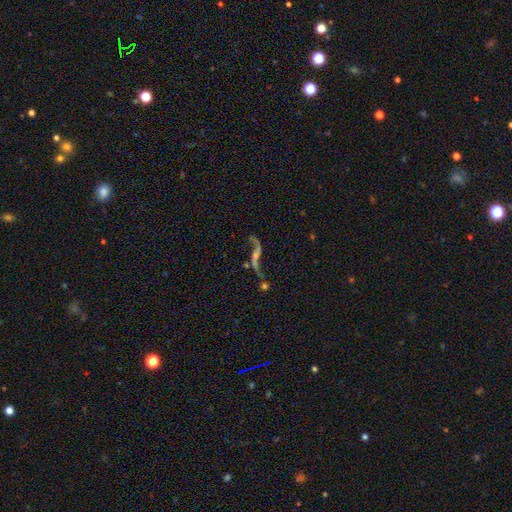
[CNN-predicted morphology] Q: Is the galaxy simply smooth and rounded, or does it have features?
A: featured or disk — 78%.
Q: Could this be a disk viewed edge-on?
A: no — 83%.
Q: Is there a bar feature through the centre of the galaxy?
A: no — 46%.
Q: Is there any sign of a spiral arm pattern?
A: yes — 88%.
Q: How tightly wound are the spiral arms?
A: loose — 94%.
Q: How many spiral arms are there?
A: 2 — 87%.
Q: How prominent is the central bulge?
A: small — 43%.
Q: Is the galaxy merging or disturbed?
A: none — 51%.